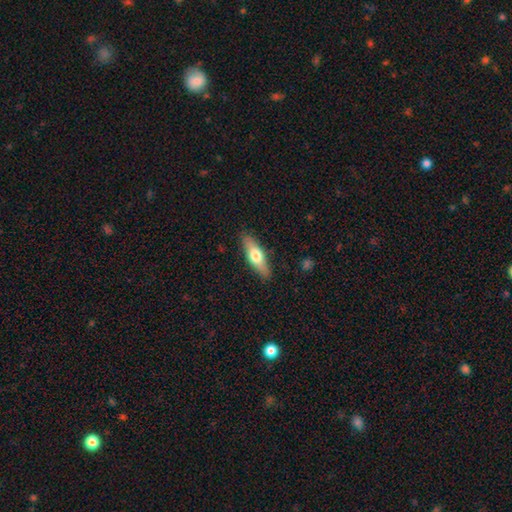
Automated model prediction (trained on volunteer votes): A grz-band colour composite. It shows a smooth galaxy with no disk features (60%) that is cigar-shaped (49%, tied with in between). Merging: none (87%).